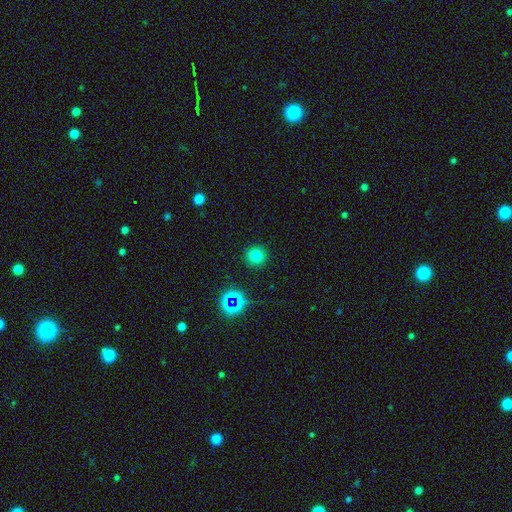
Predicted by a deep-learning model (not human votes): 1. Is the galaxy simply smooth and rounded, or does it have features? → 75% smooth, 19% star or artifact, 7% featured or disk.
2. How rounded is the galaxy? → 93% round, 6% in between, 1% cigar-shaped.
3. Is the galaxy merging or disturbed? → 90% none, 6% minor disturbance, 2% major disturbance, 1% merger.